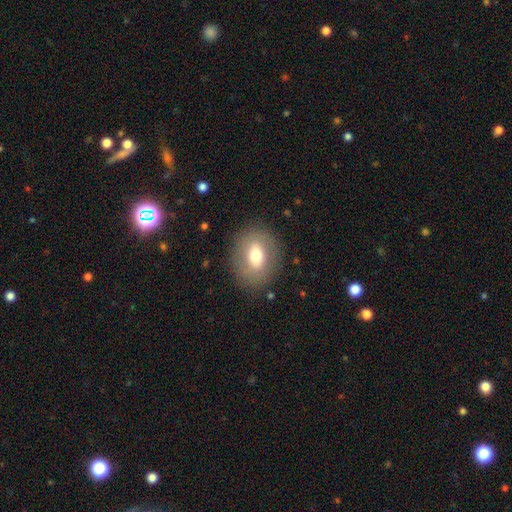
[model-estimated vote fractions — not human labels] A smooth galaxy with no disk features (63%) that is in between round and cigar-shaped (63%).

Vote fractions:
- Smooth or featured? smooth: 63% / featured or disk: 29% / star or artifact: 9%
- How rounded? in between: 63% / round: 36% / cigar-shaped: 2%
- Merging? none: 83% / minor disturbance: 11% / major disturbance: 5% / merger: 1%